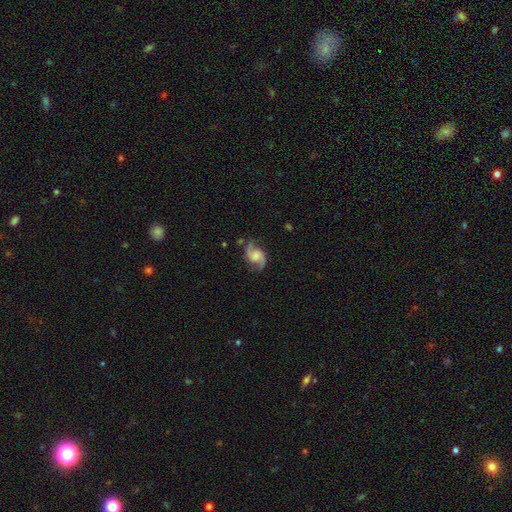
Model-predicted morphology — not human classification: Smooth or featured? Predicted: featured or disk (p=0.79). Edge-on disk? Predicted: no (p=0.98). Bar? Predicted: no (p=0.56). Spiral arms? Predicted: yes (p=0.96). Spiral winding? Predicted: loose (p=0.48). Spiral arm count? Predicted: 2 (p=0.91). Bulge size? Predicted: none (p=0.32). Merging? Predicted: none (p=0.69).